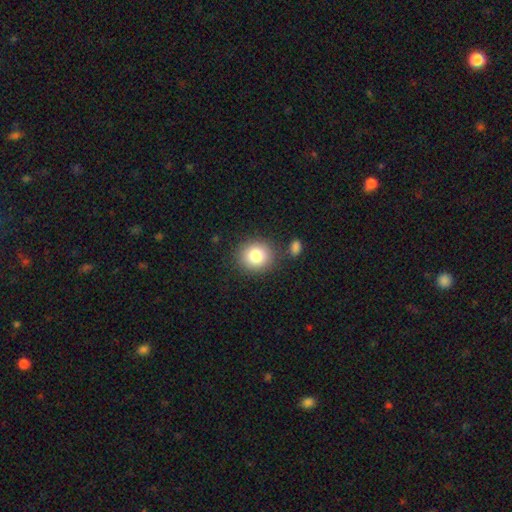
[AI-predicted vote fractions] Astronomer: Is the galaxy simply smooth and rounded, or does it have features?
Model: smooth — 82%.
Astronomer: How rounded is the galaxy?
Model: round — 84%.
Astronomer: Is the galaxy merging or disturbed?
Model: none — 82%.